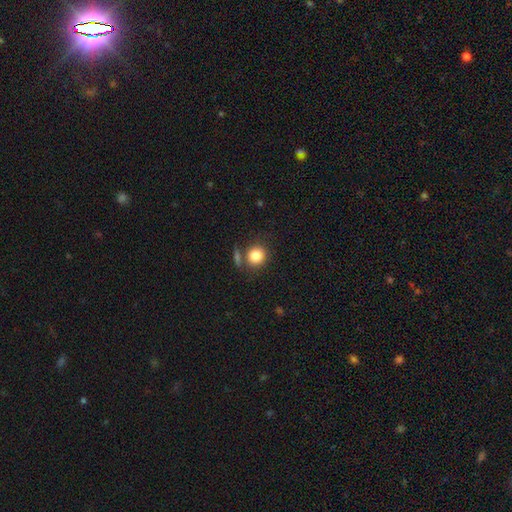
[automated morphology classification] The model was most divided on "merging": none: 71%, merger: 13%, minor disturbance: 11%, major disturbance: 4%. More confident: smooth or featured — smooth (83%); how rounded — round (82%).